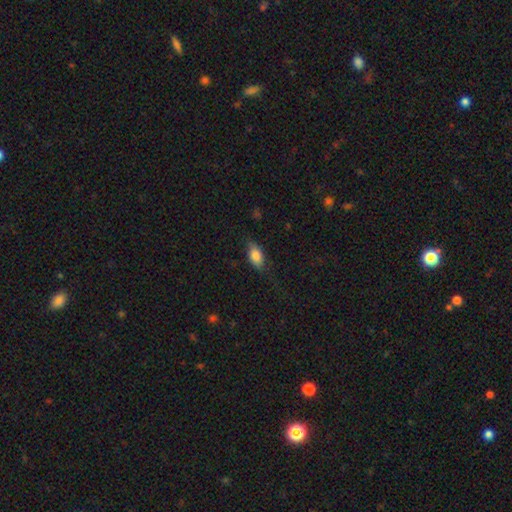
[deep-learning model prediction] Smooth or featured? Predicted: smooth (p=0.80). How rounded? Predicted: in between (p=0.88). Merging? Predicted: none (p=0.72).